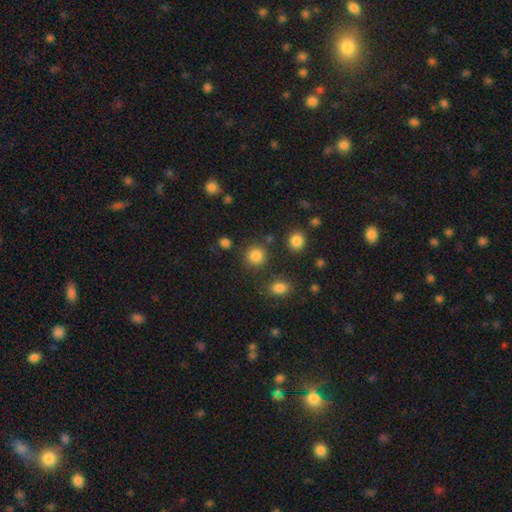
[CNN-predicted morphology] Smooth or featured? Predicted: smooth (p=0.84). How rounded? Predicted: round (p=0.90). Merging? Predicted: none (p=0.83).